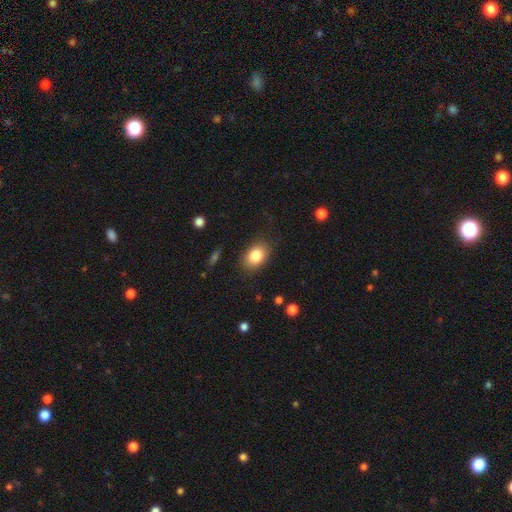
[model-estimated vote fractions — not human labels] Overall: smooth (84%). How rounded: in between (78%). Merging: none (83%).